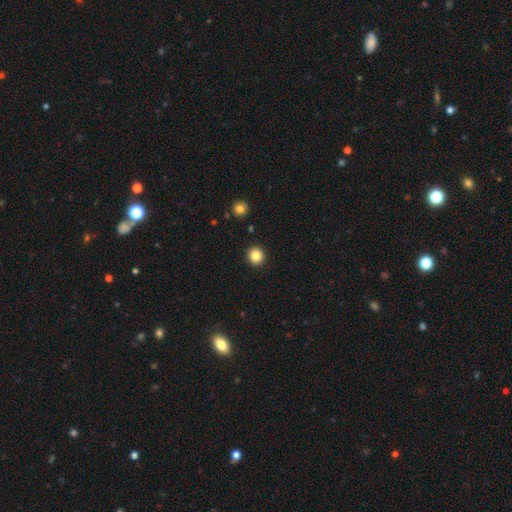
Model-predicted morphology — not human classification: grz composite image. It shows a smooth galaxy with no disk features (85%) that is round (90%). Merging: none (92%).